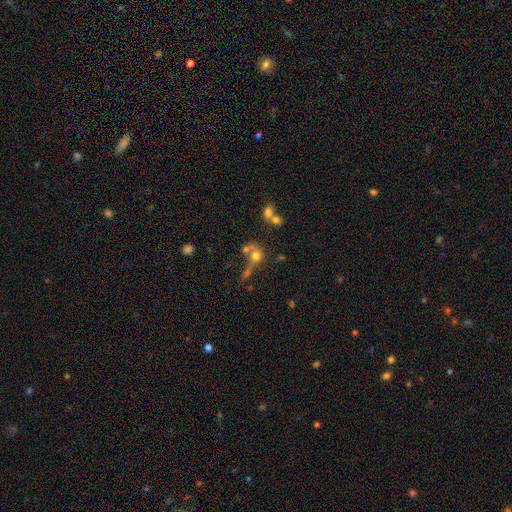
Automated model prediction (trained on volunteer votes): This appears to be a smooth galaxy with no disk features (63%) that is round (73%). Merging: merger (50%).